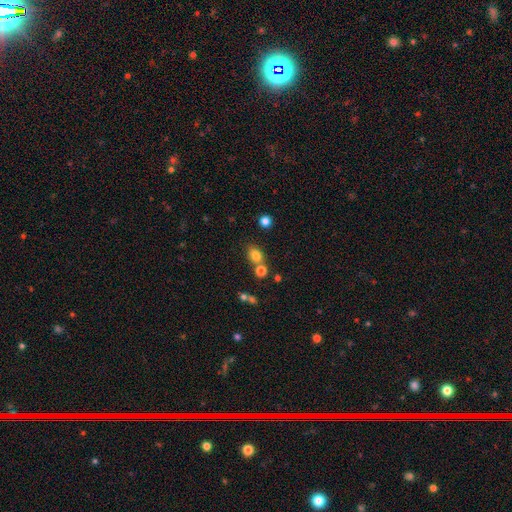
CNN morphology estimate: smooth-or-featured: smooth: 78% | star or artifact: 14% | featured or disk: 8%
  how-rounded: in between: 51% | round: 48% | cigar-shaped: 1%
  merging: none: 60% | merger: 25% | minor disturbance: 11% | major disturbance: 4%